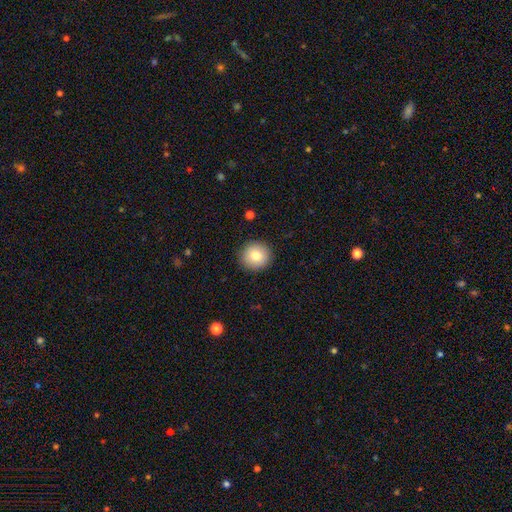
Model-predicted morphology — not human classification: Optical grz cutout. It shows a smooth galaxy with no disk features (81%) that is round (93%). Merging: none (92%).